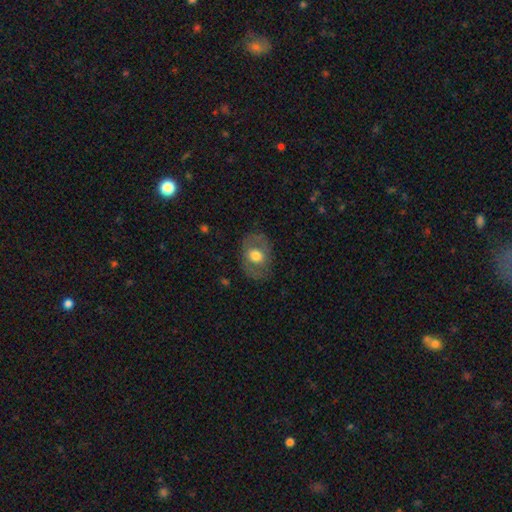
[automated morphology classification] Overall: smooth (54%; featured or disk 38%). How rounded: in between (65%; round 34%). Merging: none (75%).